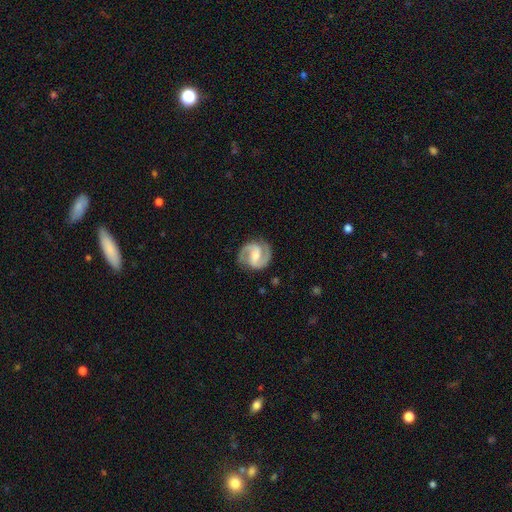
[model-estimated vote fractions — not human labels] Overall: featured or disk (90%). Edge-on disk: no (98%). Bar: weak (46%; strong 35%). Spiral arms: yes (98%). Spiral arm count: 2 (93%). Spiral winding: medium (57%; tight 31%). Bulge size: moderate (52%; small 36%). Merging: none (84%).